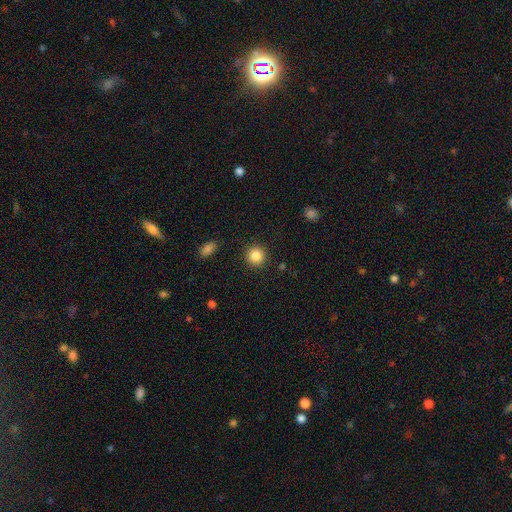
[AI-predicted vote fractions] Smooth or featured: smooth — 85% (star or artifact — 10%)
How rounded: round — 93% (in between — 6%)
Merging: none — 91% (minor disturbance — 5%)